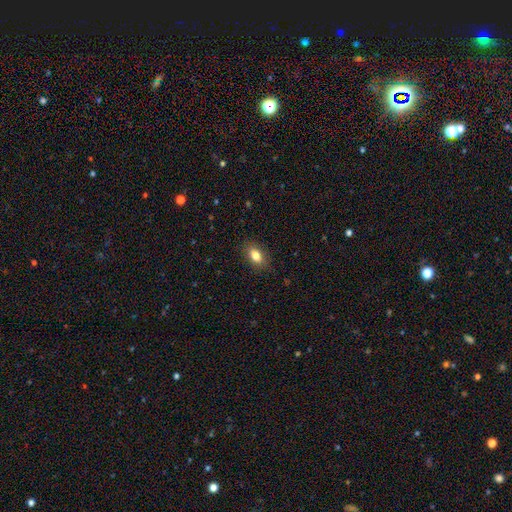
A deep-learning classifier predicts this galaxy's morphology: Smooth or featured?
  - smooth: 83% *
  - star or artifact: 9%
  - featured or disk: 9%
How rounded?
  - in between: 86% *
  - round: 12%
  - cigar-shaped: 2%
Merging?
  - none: 87% *
  - minor disturbance: 10%
  - major disturbance: 2%
  - merger: 1%